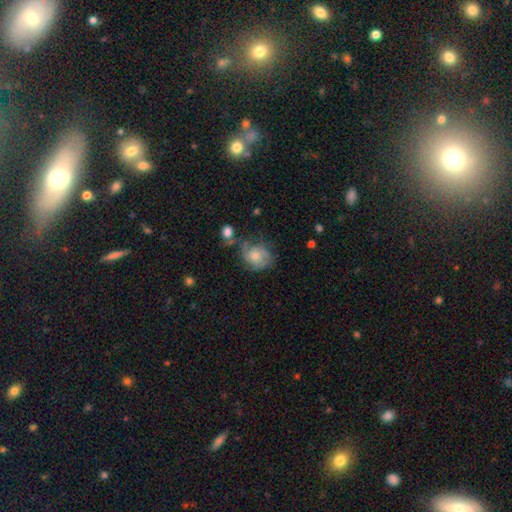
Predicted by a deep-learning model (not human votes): The model was most divided on "bulge size": moderate: 48%, small: 37%, large: 8%, none: 6%, dominant: 2%. Remaining: edge-on disk — no (97%); bar — no (80%); spiral arms — yes (78%); smooth or featured — featured or disk (52%); merging — none (46%).